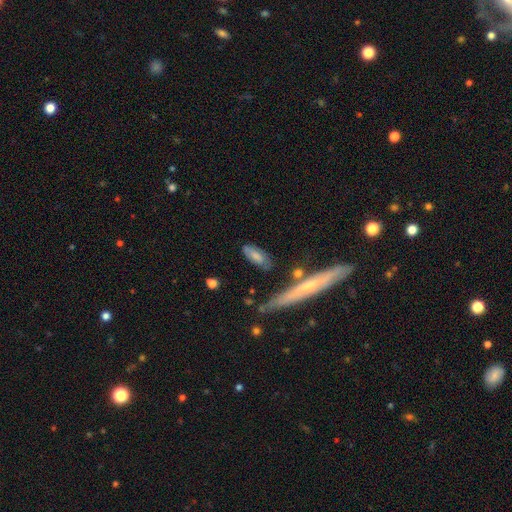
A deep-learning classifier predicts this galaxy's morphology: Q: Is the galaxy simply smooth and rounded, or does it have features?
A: smooth — 69%.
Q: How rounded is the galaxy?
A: in between — 66%.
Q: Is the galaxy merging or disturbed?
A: none — 68%.